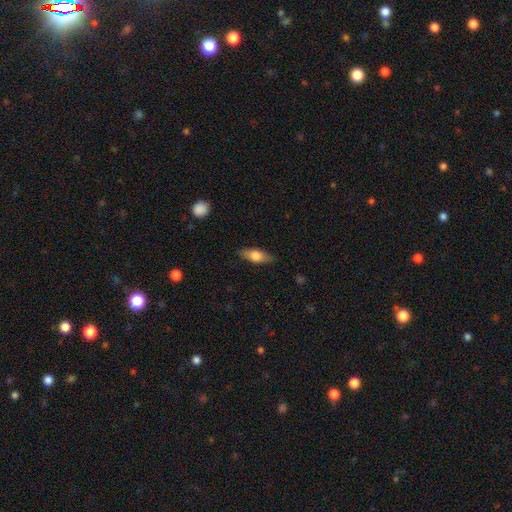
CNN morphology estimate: Smooth or featured: smooth — 65% (featured or disk — 29%)
How rounded: in between — 72% (cigar-shaped — 24%)
Merging: none — 84% (minor disturbance — 12%)